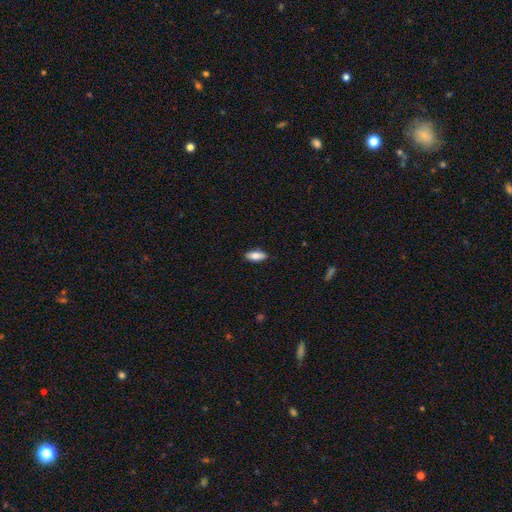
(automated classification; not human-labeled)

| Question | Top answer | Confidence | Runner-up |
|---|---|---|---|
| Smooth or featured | smooth | 81% | featured or disk (13%) |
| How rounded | in between | 77% | cigar-shaped (20%) |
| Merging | none | 86% | minor disturbance (11%) |